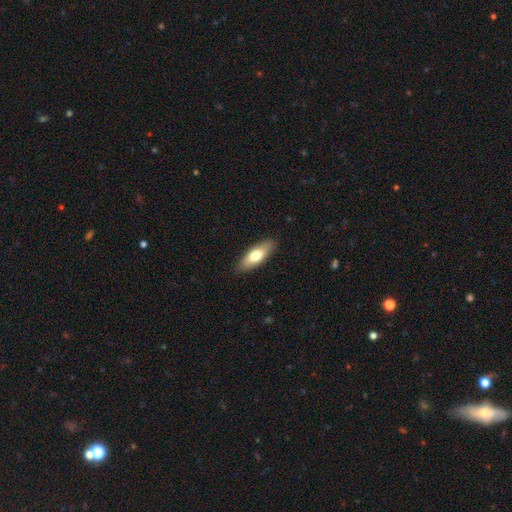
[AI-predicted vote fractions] A smooth galaxy with no disk features (71%) that is in between round and cigar-shaped (68%). Merging: none (88%).